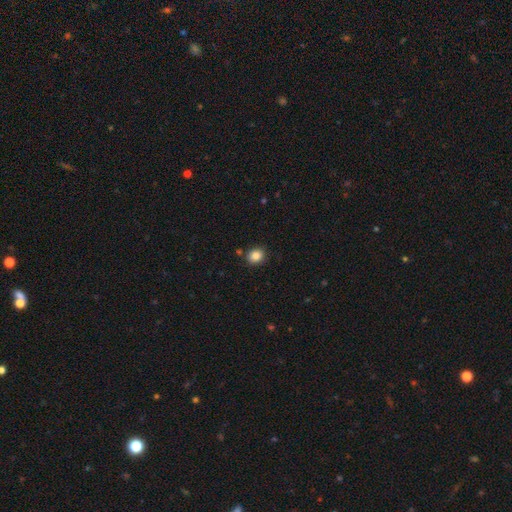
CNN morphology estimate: The model was most divided on "how rounded": round: 67%, in between: 32%, cigar-shaped: 1%. More confident: merging — none (86%); smooth or featured — smooth (86%).